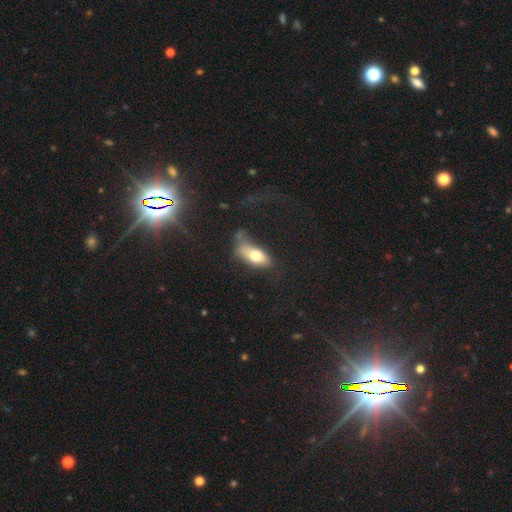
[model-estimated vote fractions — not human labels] The model was most divided on "merging": none: 34%, major disturbance: 29%, minor disturbance: 28%, merger: 9%. More confident: how rounded — in between (80%); smooth or featured — smooth (69%).